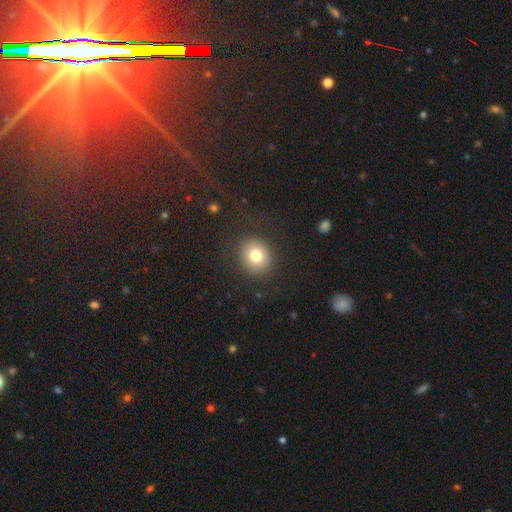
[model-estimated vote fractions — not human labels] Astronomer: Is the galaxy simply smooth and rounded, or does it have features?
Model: smooth — 78%.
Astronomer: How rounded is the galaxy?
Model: round — 76%.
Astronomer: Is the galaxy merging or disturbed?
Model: none — 85%.